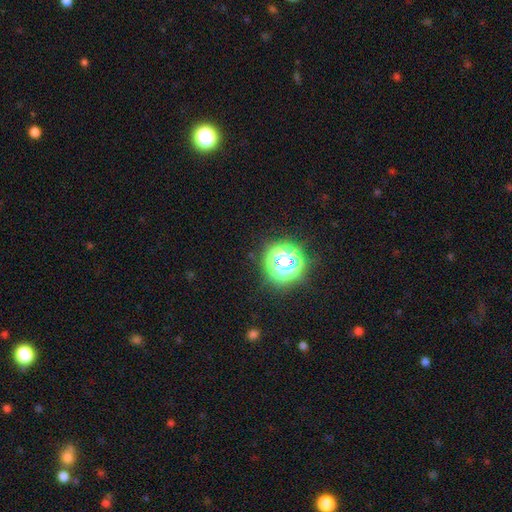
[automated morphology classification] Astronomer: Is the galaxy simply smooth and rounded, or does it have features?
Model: star or artifact — 81%.